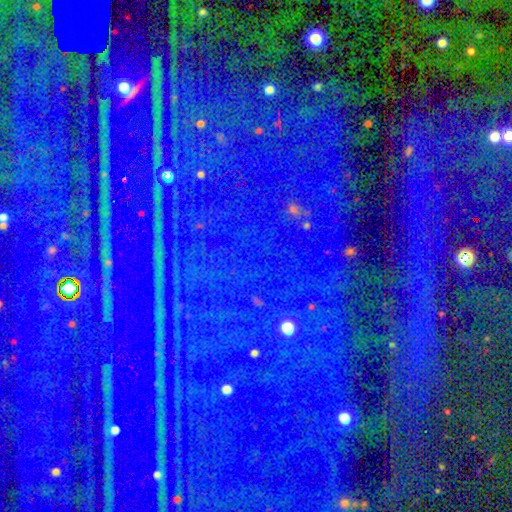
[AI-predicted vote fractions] Smooth or featured: star or artifact — 84% (smooth — 9%)